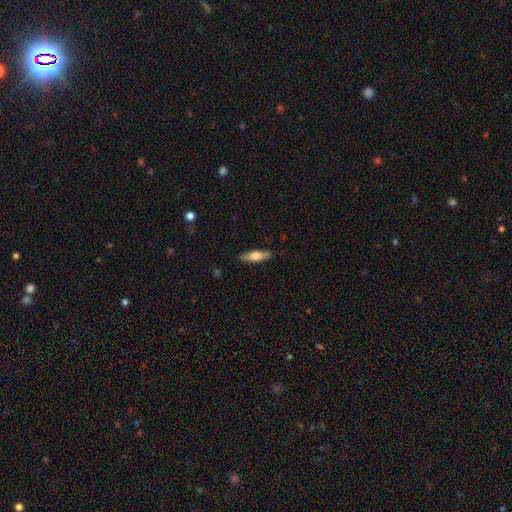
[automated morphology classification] type=smooth (55%); roundness=cigar-shaped (54%); merging=none (87%).